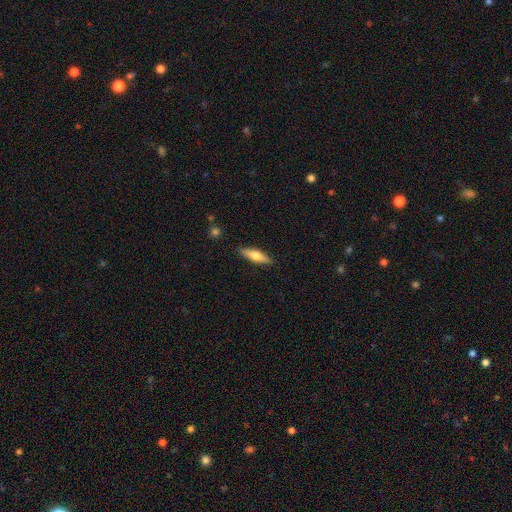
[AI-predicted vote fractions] Q: Smooth or featured?
A: smooth (55%); runner-up: featured or disk (39%)
Q: How rounded?
A: cigar-shaped (70%); runner-up: in between (28%)
Q: Merging?
A: none (89%); runner-up: minor disturbance (8%)